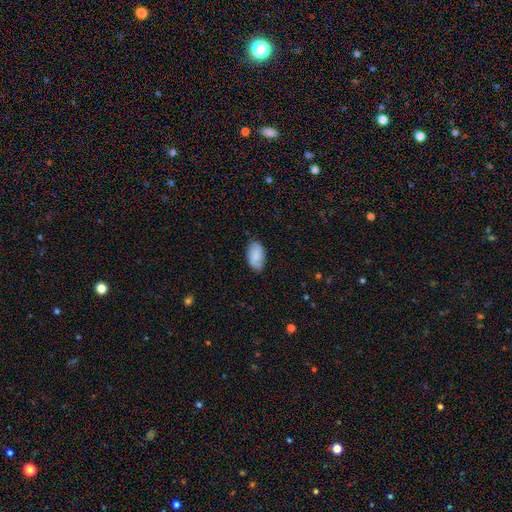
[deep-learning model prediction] Overall: smooth (82%). How rounded: in between (95%). Merging: none (80%).